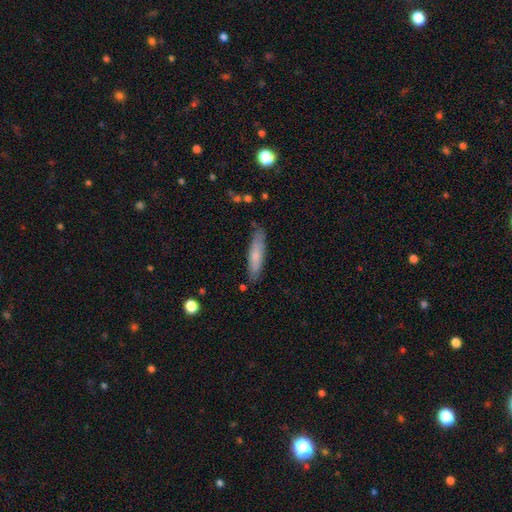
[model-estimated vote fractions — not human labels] smooth 71%, featured or disk 23%, star or artifact 6%. Down the decision tree: how rounded — cigar-shaped (79%); merging — none (81%).